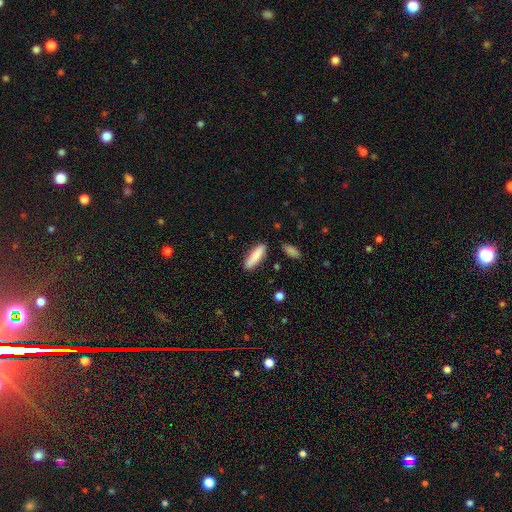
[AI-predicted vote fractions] The model was most divided on "how rounded": cigar-shaped: 64%, in between: 34%, round: 2%. More confident: smooth or featured — smooth (86%); merging — none (85%).